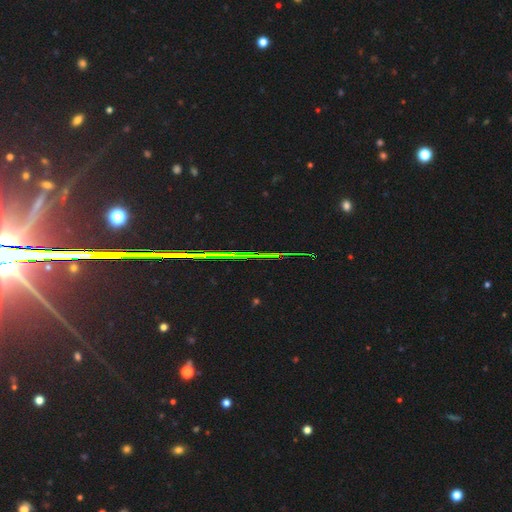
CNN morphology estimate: A star or artifact, not a galaxy (82%).